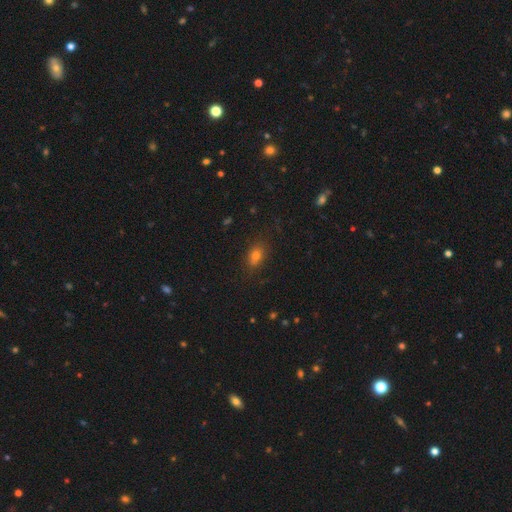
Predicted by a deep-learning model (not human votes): This appears to be a smooth galaxy with no disk features (72%) that is in between round and cigar-shaped (72%). Merging: none (76%).